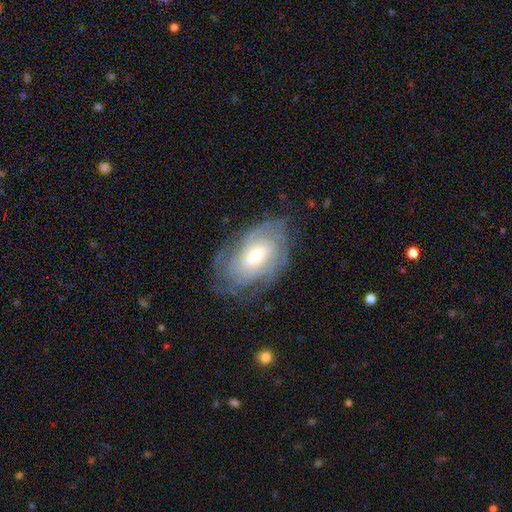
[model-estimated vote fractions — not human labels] smooth-or-featured: featured or disk: 81% | smooth: 13% | star or artifact: 6%
  disk-edge-on: no: 96% | yes: 4%
    bar: weak: 46% | no: 43% | strong: 12%
    has-spiral-arms: yes: 93% | no: 7%
      spiral-winding: tight: 67% | medium: 26% | loose: 7%
      spiral-arm-count: can't tell: 47% | 2: 17% | 3: 15% | 4: 12% | more than 4: 6% | 1: 5%
    bulge-size: moderate: 52% | small: 36% | large: 9% | none: 2% | dominant: 1%
  merging: none: 71% | minor disturbance: 19% | major disturbance: 8% | merger: 1%